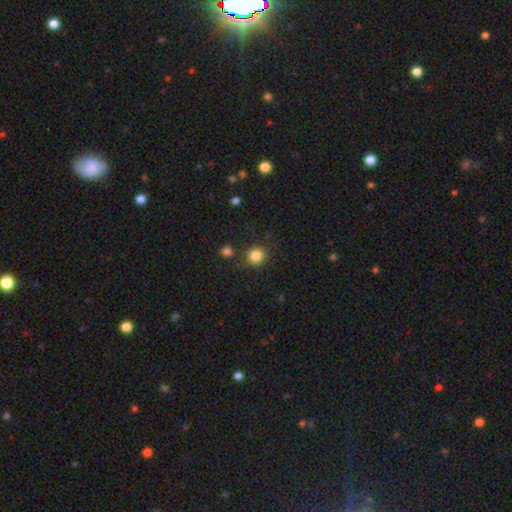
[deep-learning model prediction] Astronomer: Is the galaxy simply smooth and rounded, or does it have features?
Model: smooth — 84%.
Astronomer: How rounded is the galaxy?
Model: round — 90%.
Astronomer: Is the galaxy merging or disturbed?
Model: none — 84%.